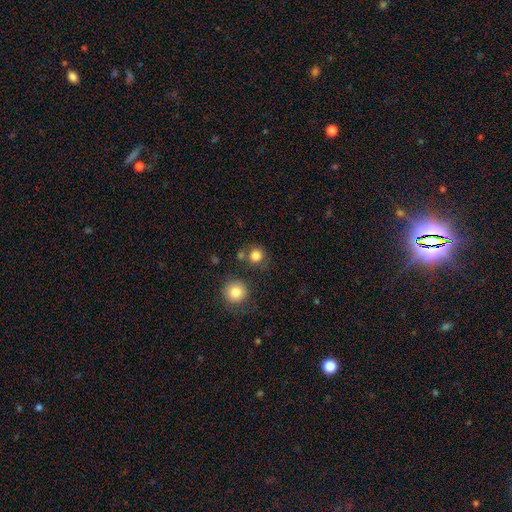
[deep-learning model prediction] Q: Smooth or featured?
A: smooth (82%); runner-up: star or artifact (12%)
Q: How rounded?
A: round (90%); runner-up: in between (9%)
Q: Merging?
A: none (74%); runner-up: merger (12%)